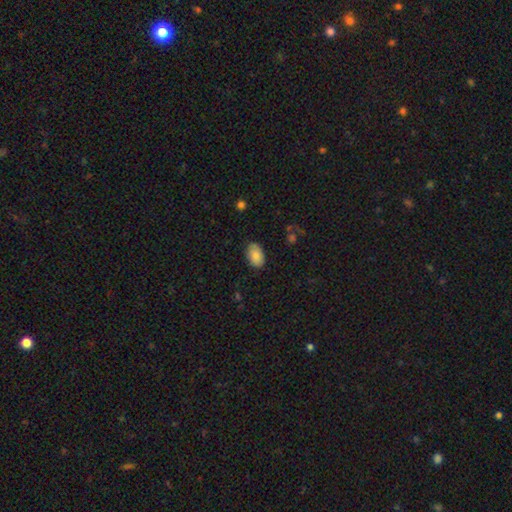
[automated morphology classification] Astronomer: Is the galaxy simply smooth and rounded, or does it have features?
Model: smooth — 82%.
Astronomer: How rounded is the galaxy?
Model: in between — 90%.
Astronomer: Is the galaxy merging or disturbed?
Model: none — 81%.